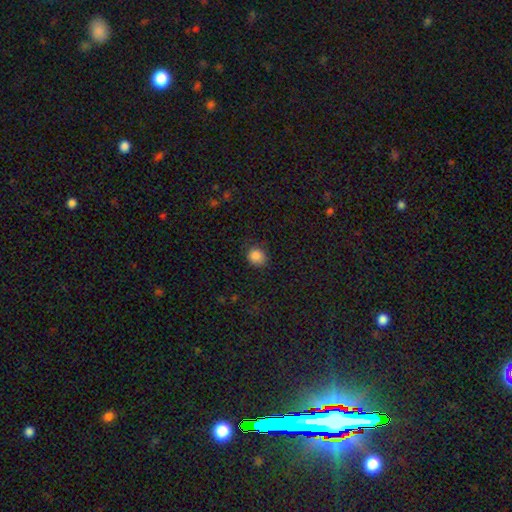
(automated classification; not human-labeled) This appears to be a smooth galaxy with no disk features (86%) that is round (78%). Merging: none (78%).